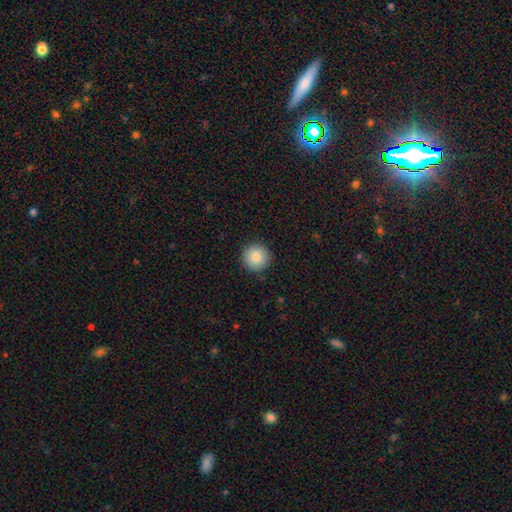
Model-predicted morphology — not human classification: smooth_or_featured: smooth (p=0.87) [alt: star or artifact p=0.08]
how_rounded: round (p=0.96) [alt: in between p=0.03]
merging: none (p=0.91) [alt: minor disturbance p=0.06]